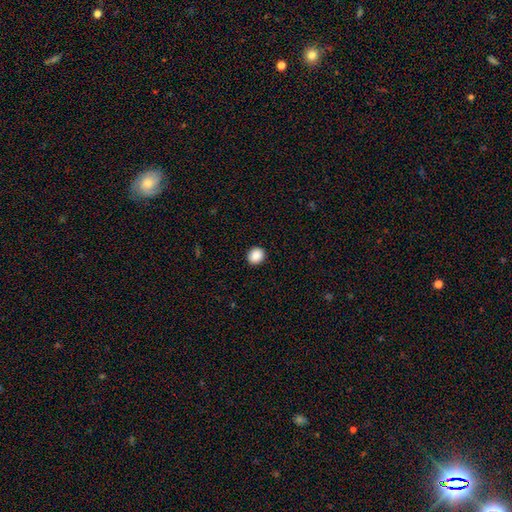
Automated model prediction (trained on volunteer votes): Q: Smooth or featured?
A: smooth (88%); runner-up: star or artifact (9%)
Q: How rounded?
A: round (81%); runner-up: in between (18%)
Q: Merging?
A: none (92%); runner-up: minor disturbance (5%)